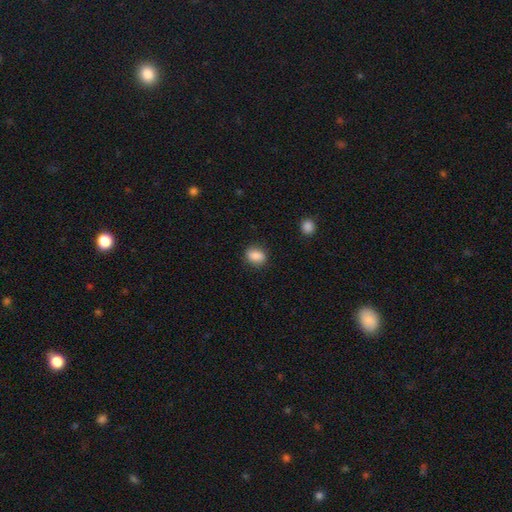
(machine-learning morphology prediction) smooth 87%, star or artifact 8%, featured or disk 5%. Down the decision tree: how rounded — in between (60%); merging — none (84%).